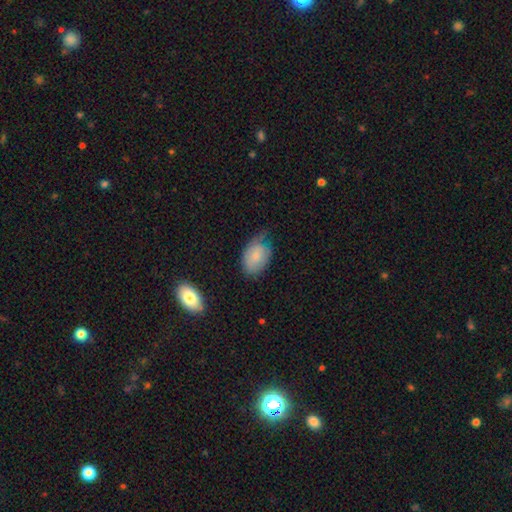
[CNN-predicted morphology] A smooth galaxy with no disk features (73%) that is in between round and cigar-shaped (85%).

Vote fractions:
- Smooth or featured? smooth: 73% / featured or disk: 20% / star or artifact: 7%
- How rounded? in between: 85% / round: 14% / cigar-shaped: 1%
- Merging? none: 43% / minor disturbance: 40% / major disturbance: 14% / merger: 2%